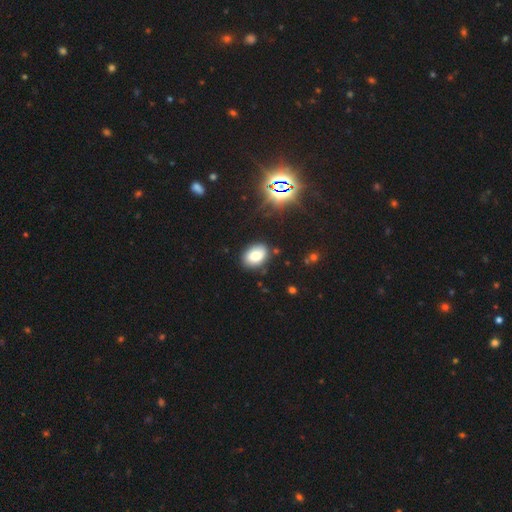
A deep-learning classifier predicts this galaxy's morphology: A smooth galaxy with no disk features (76%) that is in between round and cigar-shaped (77%). Merging: none (81%).